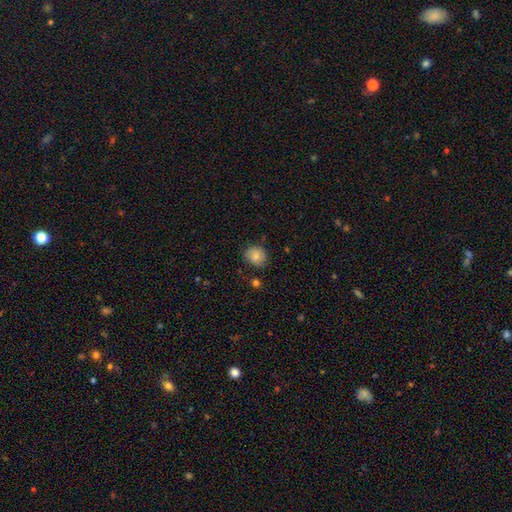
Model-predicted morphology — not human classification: Q: Smooth or featured?
A: smooth (81%); runner-up: featured or disk (11%)
Q: How rounded?
A: round (75%); runner-up: in between (24%)
Q: Merging?
A: none (75%); runner-up: minor disturbance (19%)